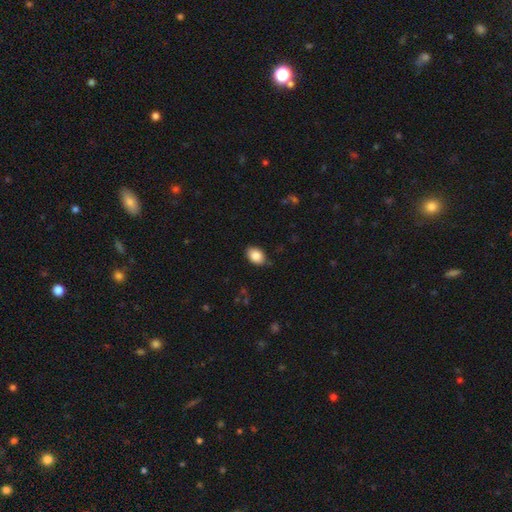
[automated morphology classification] smooth 86%, star or artifact 7%, featured or disk 6%. Down the decision tree: how rounded — in between (84%); merging — none (84%).